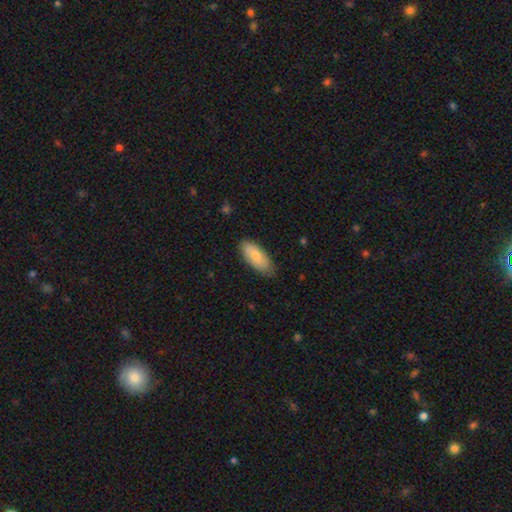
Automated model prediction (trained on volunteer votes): Morphology: type=smooth (80%); roundness=in between (84%); merging=none (78%).